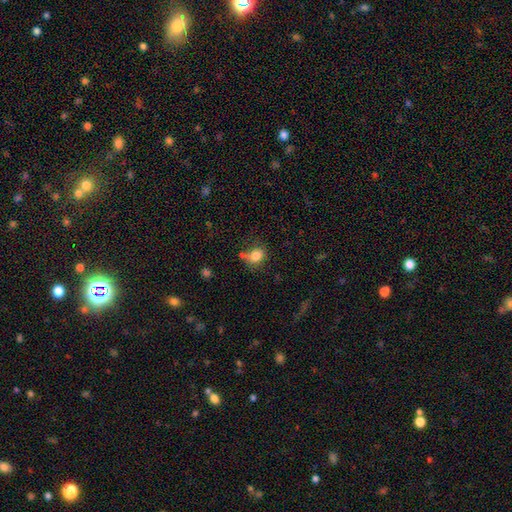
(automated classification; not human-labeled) Q: Smooth or featured?
A: smooth (81%); runner-up: star or artifact (10%)
Q: How rounded?
A: round (53%); runner-up: in between (46%)
Q: Merging?
A: none (55%); runner-up: minor disturbance (24%)